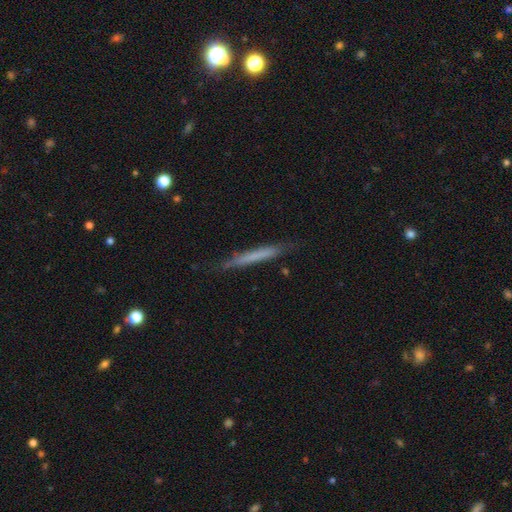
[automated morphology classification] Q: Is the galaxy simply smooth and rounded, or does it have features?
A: smooth — 57%.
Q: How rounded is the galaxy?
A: cigar-shaped — 96%.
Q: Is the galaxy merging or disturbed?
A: none — 79%.